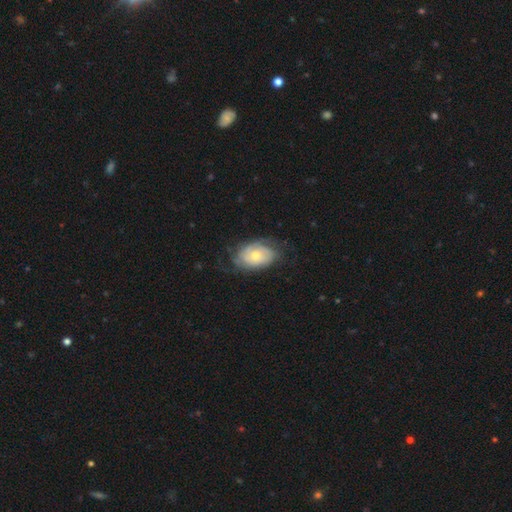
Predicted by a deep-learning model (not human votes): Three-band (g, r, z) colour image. It shows a featured or disk galaxy (60%) with no bar (82%), spiral arms (78%) and a moderate central bulge (59%). Merging: none (62%).